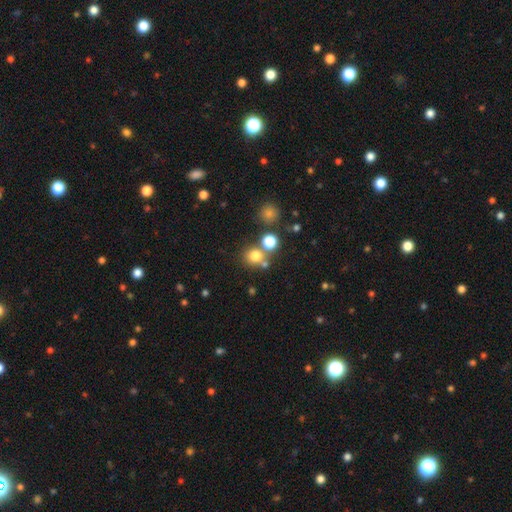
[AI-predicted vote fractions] Smooth or featured?
  - smooth: 76% *
  - star or artifact: 16%
  - featured or disk: 8%
How rounded?
  - round: 85% *
  - in between: 14%
  - cigar-shaped: 1%
Merging?
  - none: 64% *
  - merger: 23%
  - minor disturbance: 9%
  - major disturbance: 4%